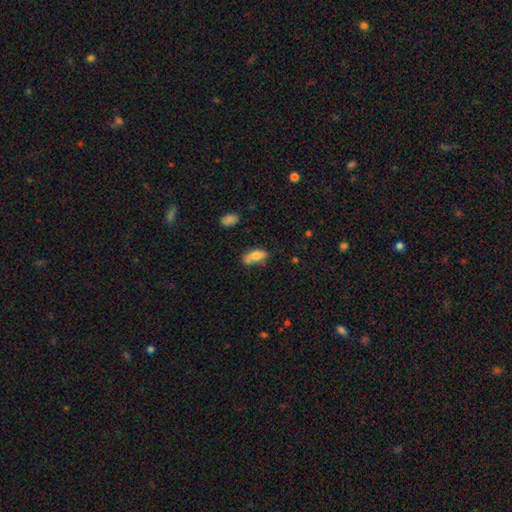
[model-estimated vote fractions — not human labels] Smooth or featured: smooth — 78% (featured or disk — 14%)
How rounded: in between — 82% (cigar-shaped — 15%)
Merging: none — 48% (minor disturbance — 27%)